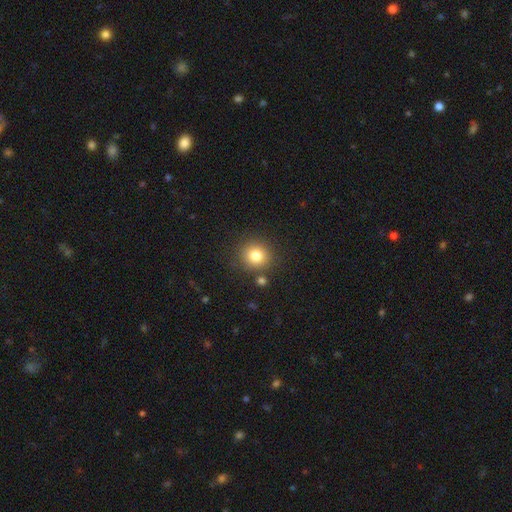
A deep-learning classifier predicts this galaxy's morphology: Smooth or featured? smooth (80%)
How rounded? round (90%)
Merging? none (84%)